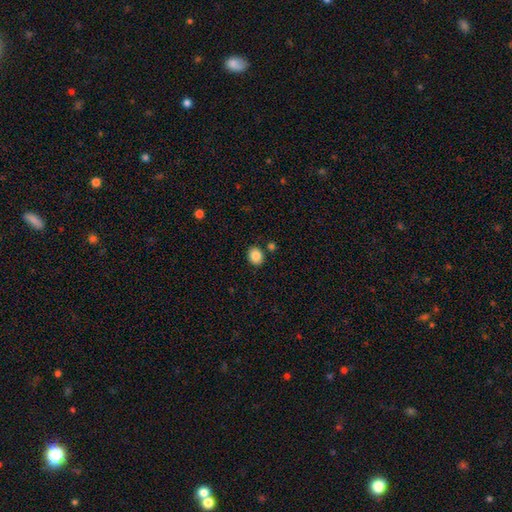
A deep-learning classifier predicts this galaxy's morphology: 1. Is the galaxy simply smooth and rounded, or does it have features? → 87% smooth, 9% star or artifact, 4% featured or disk.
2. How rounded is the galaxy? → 64% round, 35% in between, 1% cigar-shaped.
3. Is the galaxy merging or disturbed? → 84% none, 9% minor disturbance, 5% merger, 2% major disturbance.